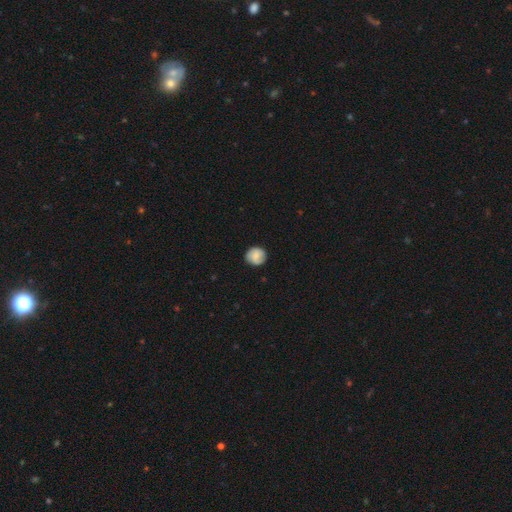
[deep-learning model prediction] smooth 71%, featured or disk 21%, star or artifact 8%. Down the decision tree: how rounded — round (88%); merging — none (82%).